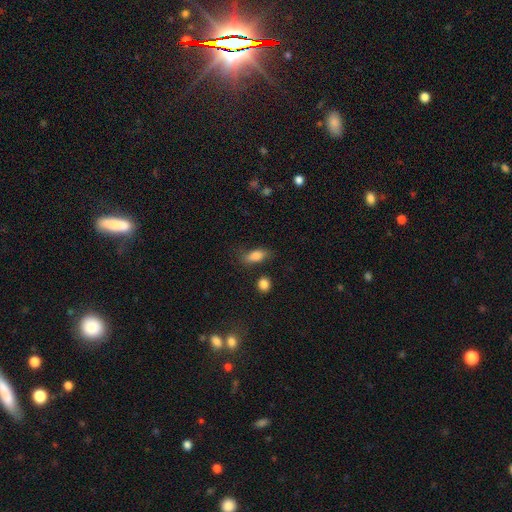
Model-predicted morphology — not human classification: Q: Smooth or featured?
A: smooth (82%); runner-up: star or artifact (9%)
Q: How rounded?
A: in between (79%); runner-up: cigar-shaped (14%)
Q: Merging?
A: none (66%); runner-up: minor disturbance (22%)